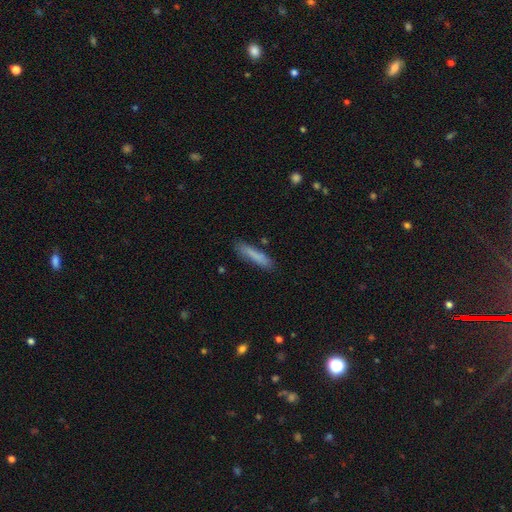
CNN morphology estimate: Smooth or featured?
  - smooth: 81% *
  - featured or disk: 13%
  - star or artifact: 7%
How rounded?
  - cigar-shaped: 88% *
  - in between: 11%
  - round: 1%
Merging?
  - none: 82% *
  - minor disturbance: 13%
  - major disturbance: 3%
  - merger: 2%